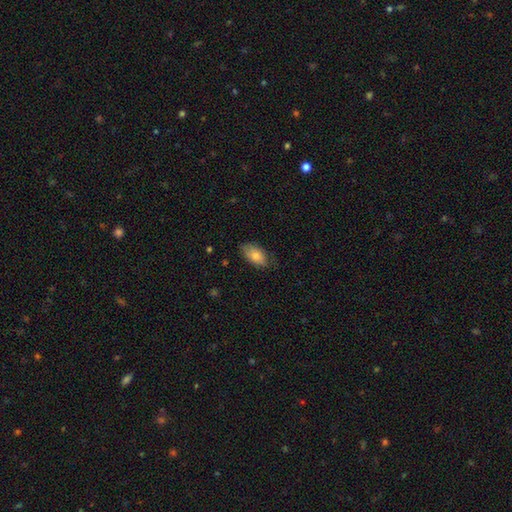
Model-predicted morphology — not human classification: Overall: smooth (80%). How rounded: in between (93%). Merging: none (72%).